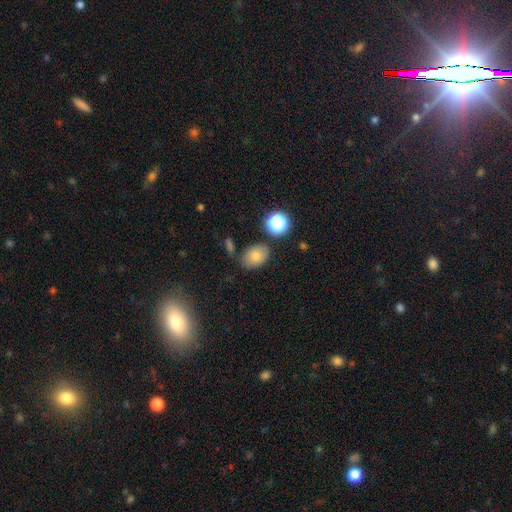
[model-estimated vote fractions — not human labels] Smooth or featured?
  - smooth: 78% *
  - star or artifact: 11%
  - featured or disk: 11%
How rounded?
  - in between: 74% *
  - round: 25%
  - cigar-shaped: 1%
Merging?
  - none: 76% *
  - minor disturbance: 15%
  - merger: 6%
  - major disturbance: 4%